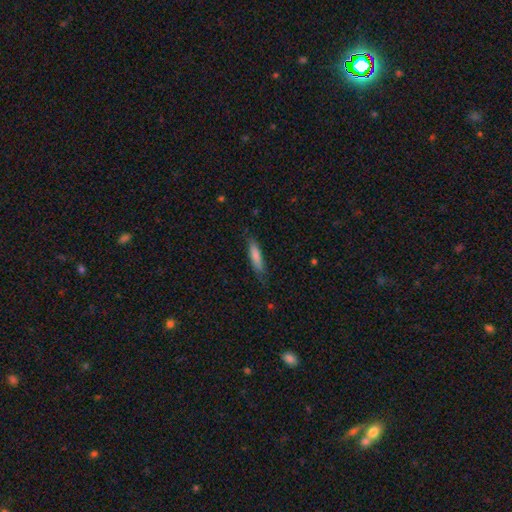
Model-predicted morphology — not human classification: smooth-or-featured: smooth: 80% | featured or disk: 14% | star or artifact: 6%
  how-rounded: cigar-shaped: 76% | in between: 22% | round: 1%
  merging: none: 76% | minor disturbance: 19% | major disturbance: 4% | merger: 1%